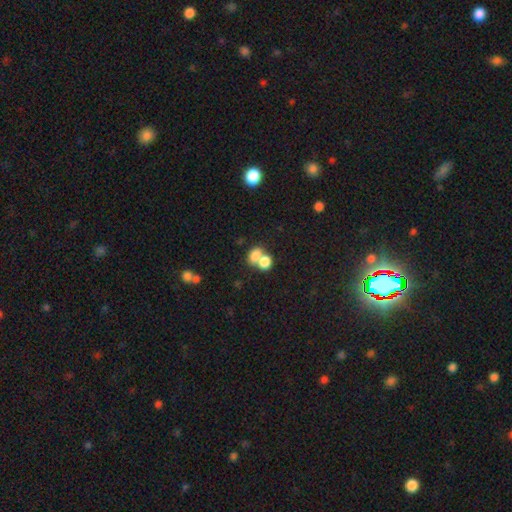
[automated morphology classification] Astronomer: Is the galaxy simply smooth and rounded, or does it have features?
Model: smooth — 76%.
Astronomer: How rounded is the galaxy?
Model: in between — 68%.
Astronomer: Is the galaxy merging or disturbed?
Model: merger — 62%.